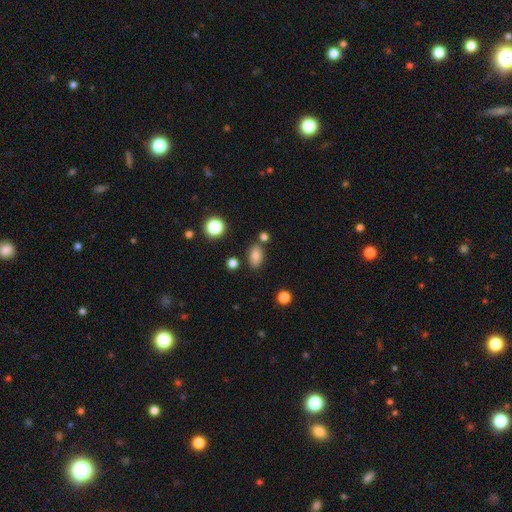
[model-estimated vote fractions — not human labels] smooth 81%, star or artifact 11%, featured or disk 8%. Down the decision tree: how rounded — in between (88%); merging — none (78%).